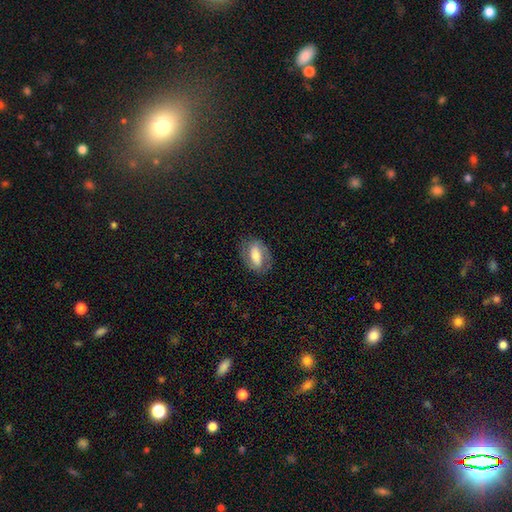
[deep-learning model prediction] Overall: featured or disk (60%; smooth 33%). Edge-on disk: no (94%). Bar: strong (43%; weak 35%). Spiral arms: yes (79%). Bulge size: moderate (46%; large 23%). Merging: none (78%).